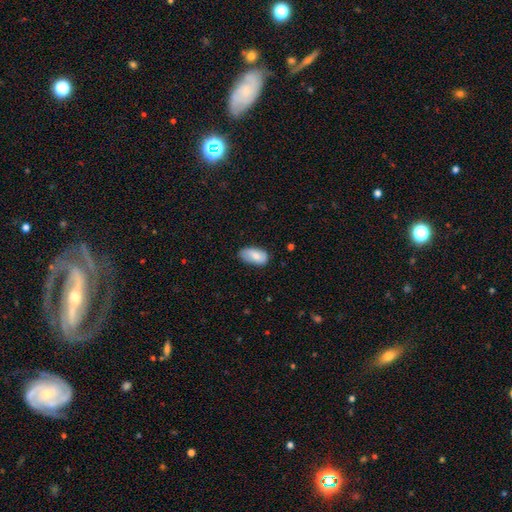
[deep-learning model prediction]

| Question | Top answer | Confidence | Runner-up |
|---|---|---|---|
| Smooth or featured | smooth | 77% | featured or disk (16%) |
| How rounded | in between | 94% | round (3%) |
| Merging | none | 70% | minor disturbance (24%) |